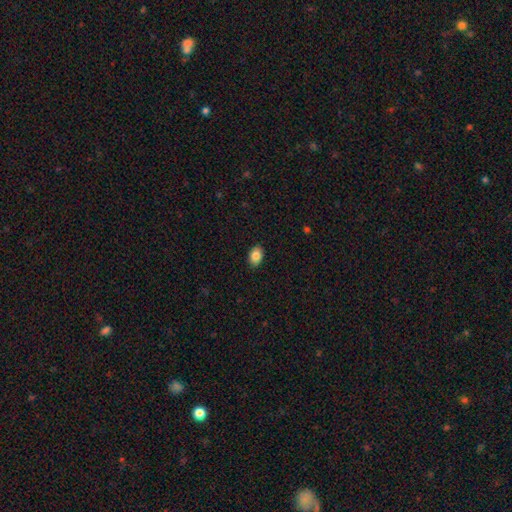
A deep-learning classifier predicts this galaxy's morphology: Smooth or featured? smooth (86%)
How rounded? in between (83%)
Merging? none (89%)